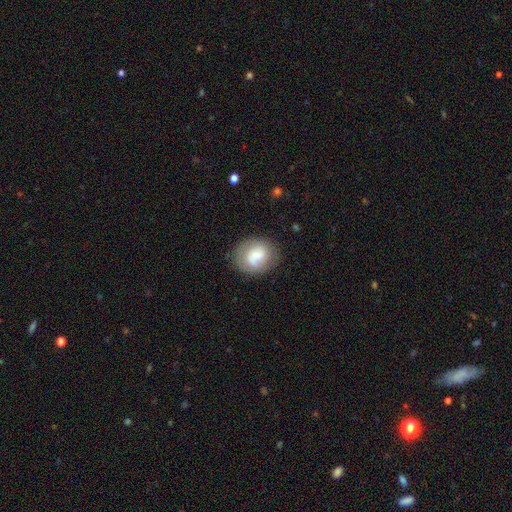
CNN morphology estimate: smooth_or_featured: smooth (p=0.67) [alt: featured or disk p=0.25]
how_rounded: round (p=0.65) [alt: in between p=0.34]
merging: none (p=0.71) [alt: minor disturbance p=0.18]